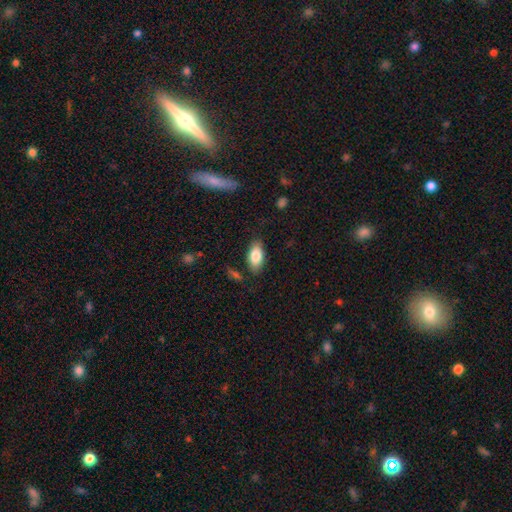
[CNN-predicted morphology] This is clearly a smooth galaxy (83%). How rounded: clearly in between (91%). Merging: clearly none (82%).